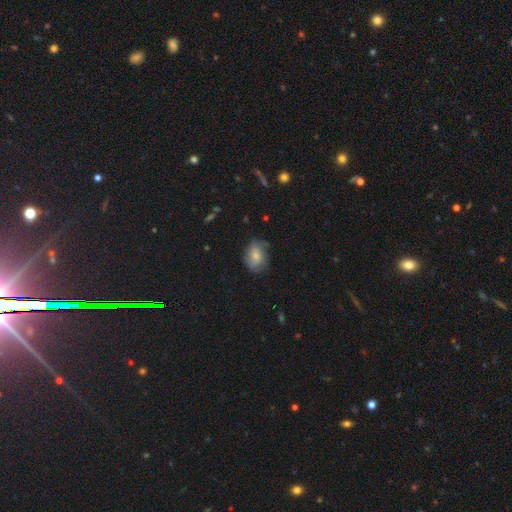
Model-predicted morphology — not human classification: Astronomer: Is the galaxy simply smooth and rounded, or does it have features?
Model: smooth — 62%.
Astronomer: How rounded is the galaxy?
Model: in between — 67%.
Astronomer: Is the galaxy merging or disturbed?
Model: none — 66%.